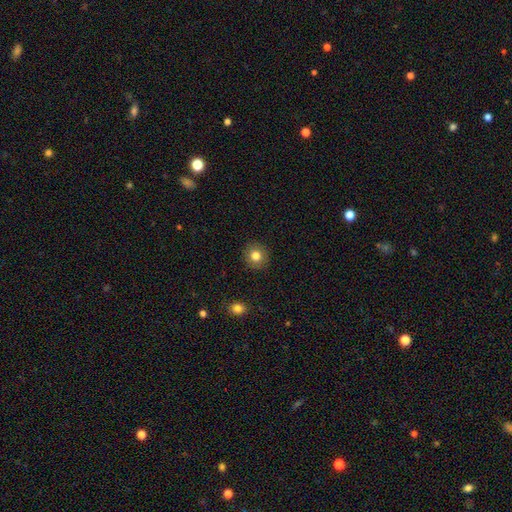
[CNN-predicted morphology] smooth-or-featured: smooth: 82% | star or artifact: 10% | featured or disk: 8%
  how-rounded: round: 88% | in between: 11% | cigar-shaped: 1%
  merging: none: 91% | minor disturbance: 6% | major disturbance: 2% | merger: 1%